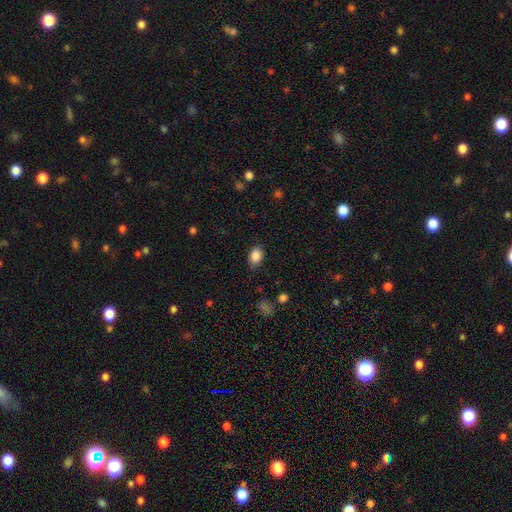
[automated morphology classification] smooth-or-featured: smooth: 87% | star or artifact: 9% | featured or disk: 4%
  how-rounded: in between: 68% | round: 31% | cigar-shaped: 1%
  merging: none: 81% | minor disturbance: 15% | major disturbance: 3% | merger: 1%